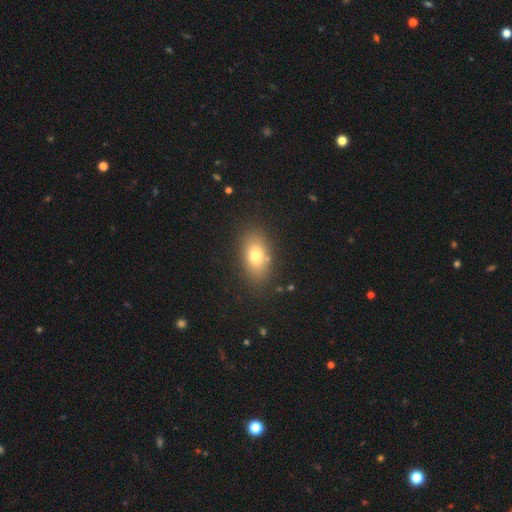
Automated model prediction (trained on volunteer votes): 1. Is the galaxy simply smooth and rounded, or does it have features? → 75% smooth, 15% featured or disk, 10% star or artifact.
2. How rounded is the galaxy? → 86% in between, 10% round, 5% cigar-shaped.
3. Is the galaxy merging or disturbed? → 85% none, 10% minor disturbance, 3% major disturbance, 2% merger.